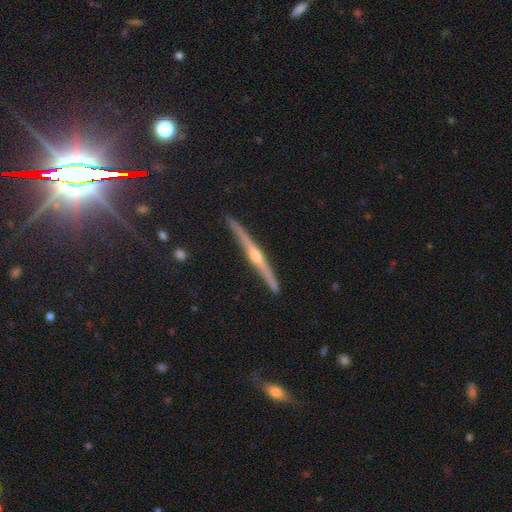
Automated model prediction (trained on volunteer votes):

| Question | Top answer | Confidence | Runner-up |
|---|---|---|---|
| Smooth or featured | featured or disk | 82% | smooth (12%) |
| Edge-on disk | yes | 98% | no (2%) |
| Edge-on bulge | rounded | 89% | none (8%) |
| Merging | none | 91% | minor disturbance (6%) |